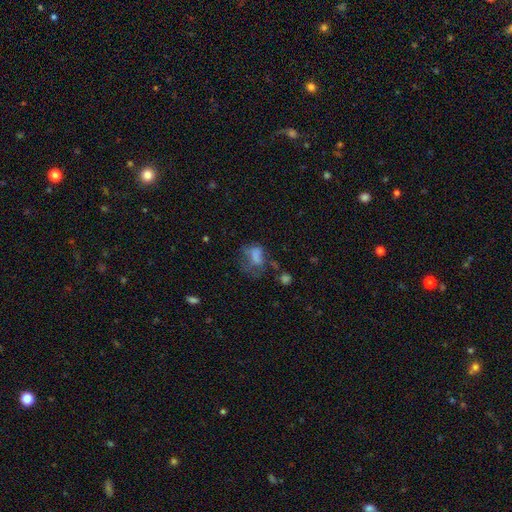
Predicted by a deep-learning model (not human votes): Smooth or featured?
  - smooth: 60% *
  - featured or disk: 26%
  - star or artifact: 15%
How rounded?
  - in between: 74% *
  - round: 23%
  - cigar-shaped: 3%
Merging?
  - major disturbance: 43% *
  - none: 27%
  - minor disturbance: 22%
  - merger: 8%